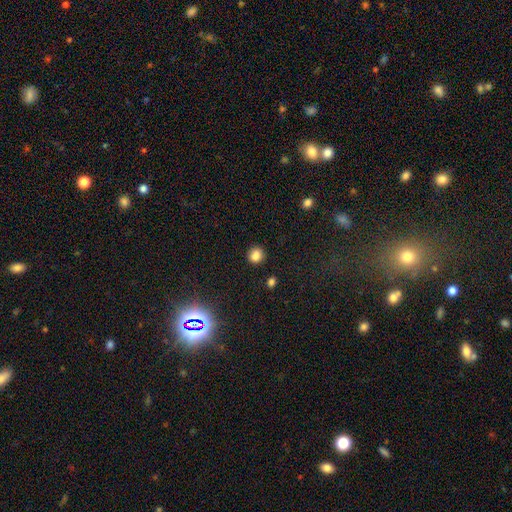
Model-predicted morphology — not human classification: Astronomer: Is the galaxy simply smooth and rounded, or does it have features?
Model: smooth — 83%.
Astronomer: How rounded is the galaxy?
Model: round — 83%.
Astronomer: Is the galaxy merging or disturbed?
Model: none — 85%.